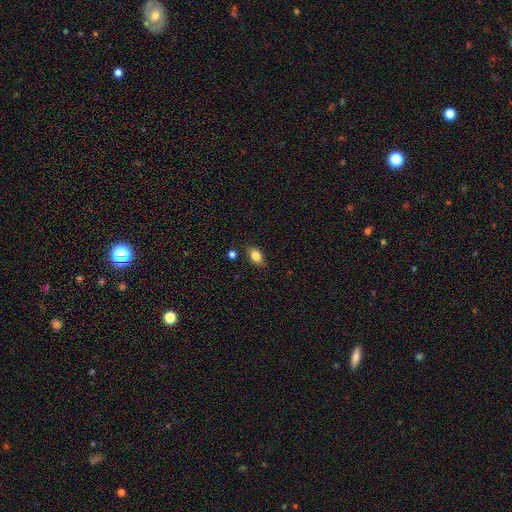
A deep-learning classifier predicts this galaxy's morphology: smooth 83%, star or artifact 9%, featured or disk 8%. Down the decision tree: how rounded — in between (82%); merging — none (79%).